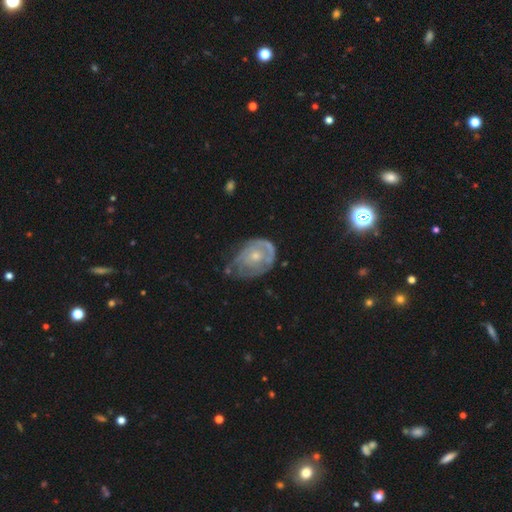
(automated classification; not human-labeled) A featured or disk galaxy (67%) with no bar (83%), spiral arms (66%) and a small central bulge (53%). Merging: none (40%).